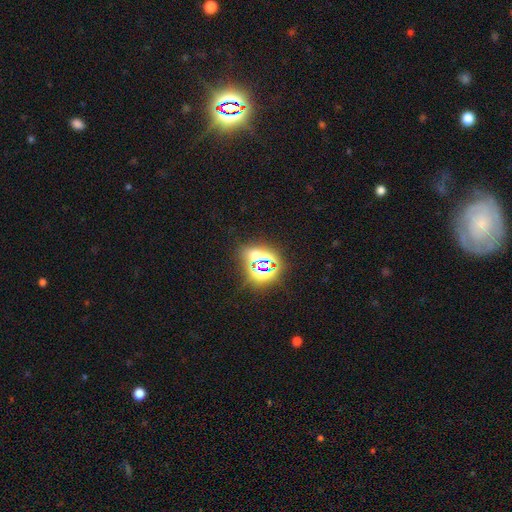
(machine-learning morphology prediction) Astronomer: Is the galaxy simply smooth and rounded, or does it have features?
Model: star or artifact — 68%.